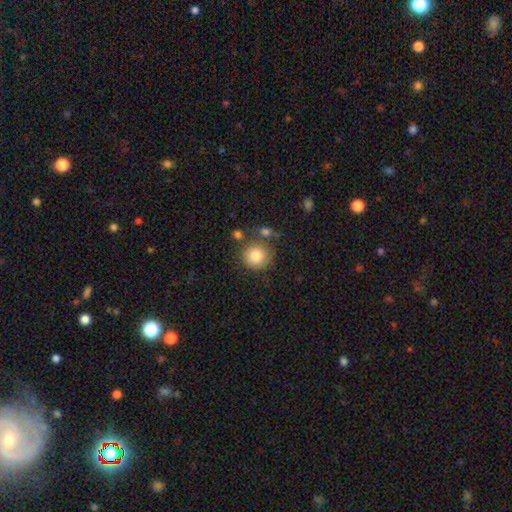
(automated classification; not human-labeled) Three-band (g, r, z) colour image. It shows a smooth galaxy with no disk features (84%) that is round (91%). Merging: none (72%).